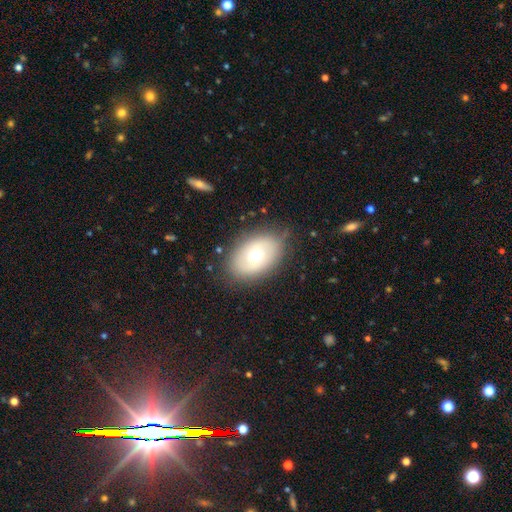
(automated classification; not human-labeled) Overall: smooth (60%; featured or disk 32%). How rounded: in between (83%). Merging: none (79%).